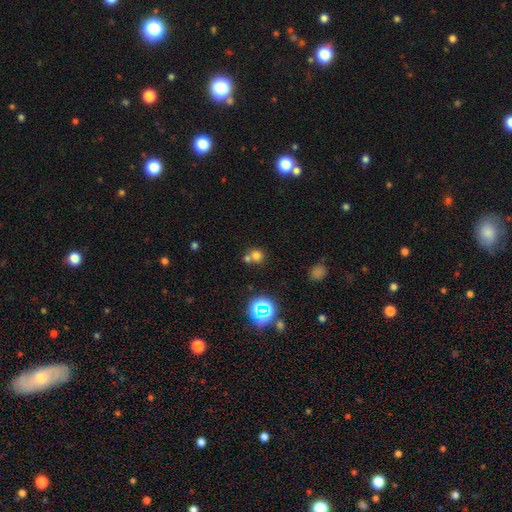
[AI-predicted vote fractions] smooth_or_featured: smooth (p=0.67) [alt: star or artifact p=0.23]
how_rounded: round (p=0.85) [alt: in between p=0.14]
merging: none (p=0.49) [alt: merger p=0.41]